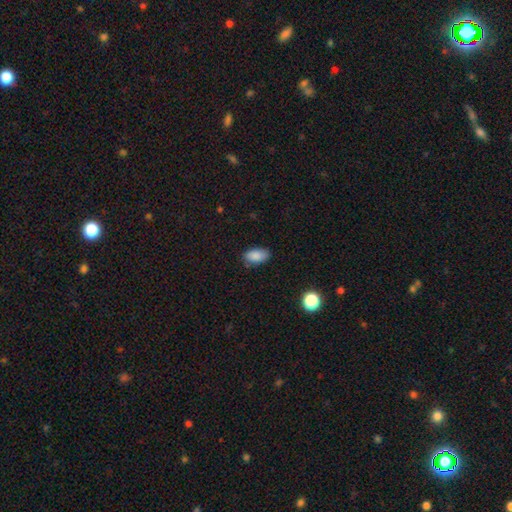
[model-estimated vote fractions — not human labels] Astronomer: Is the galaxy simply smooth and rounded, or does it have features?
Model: smooth — 87%.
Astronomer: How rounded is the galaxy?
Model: in between — 92%.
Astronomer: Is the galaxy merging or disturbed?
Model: none — 78%.